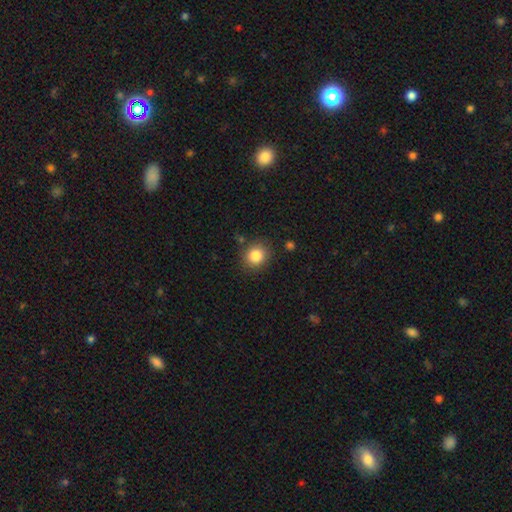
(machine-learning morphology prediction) Smooth or featured? smooth (84%)
How rounded? round (79%)
Merging? none (84%)